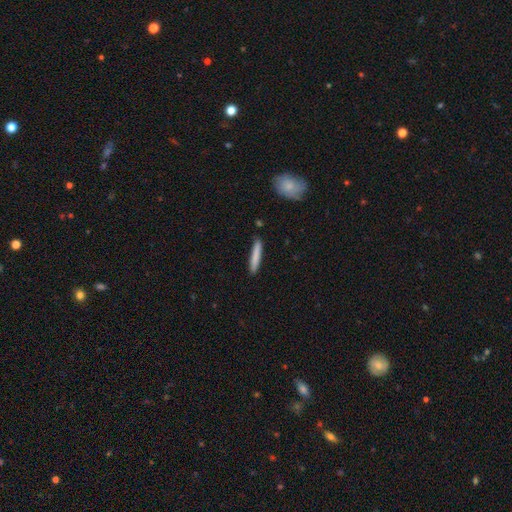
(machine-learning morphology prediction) A smooth galaxy with no disk features (80%) that is cigar-shaped (94%). Merging: none (88%).